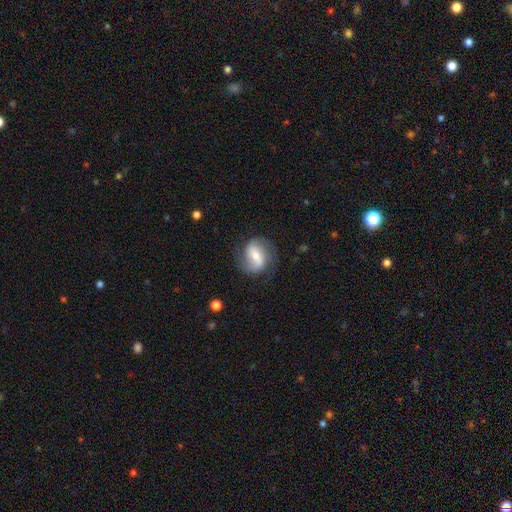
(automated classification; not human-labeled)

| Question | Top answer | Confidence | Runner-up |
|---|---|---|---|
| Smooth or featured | featured or disk | 71% | smooth (22%) |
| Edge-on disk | no | 96% | yes (4%) |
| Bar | weak | 41% | strong (38%) |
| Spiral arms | yes | 90% | no (10%) |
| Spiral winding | medium | 42% | loose (37%) |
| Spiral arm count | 2 | 82% | can't tell (7%) |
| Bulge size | moderate | 48% | small (43%) |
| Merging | none | 71% | minor disturbance (18%) |